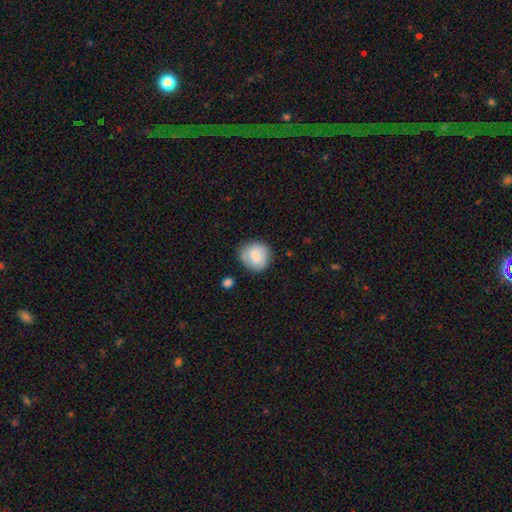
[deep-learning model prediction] Overall: smooth (79%). How rounded: round (90%). Merging: none (80%).